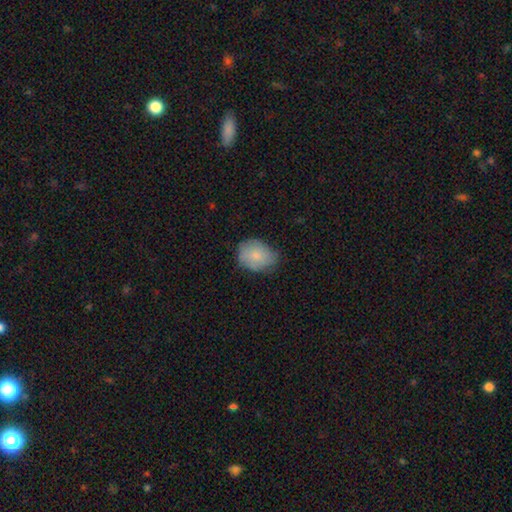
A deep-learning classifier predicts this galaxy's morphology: A smooth galaxy with no disk features (78%) that is in between round and cigar-shaped (58%).

Vote fractions:
- Smooth or featured? smooth: 78% / featured or disk: 15% / star or artifact: 7%
- How rounded? in between: 58% / round: 41% / cigar-shaped: 1%
- Merging? none: 64% / minor disturbance: 28% / major disturbance: 6% / merger: 1%